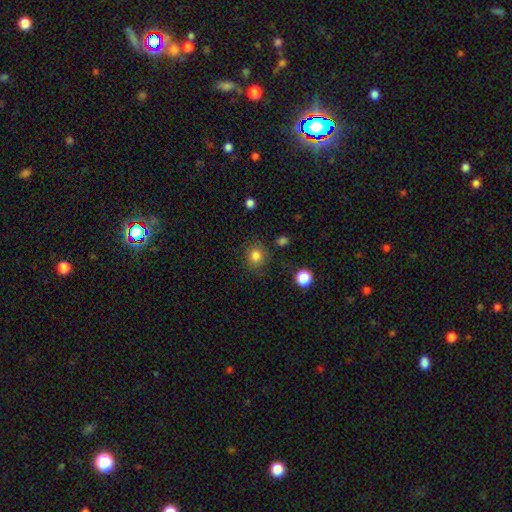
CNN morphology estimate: Smooth or featured? Predicted: smooth (p=0.82). How rounded? Predicted: round (p=0.83). Merging? Predicted: none (p=0.83).